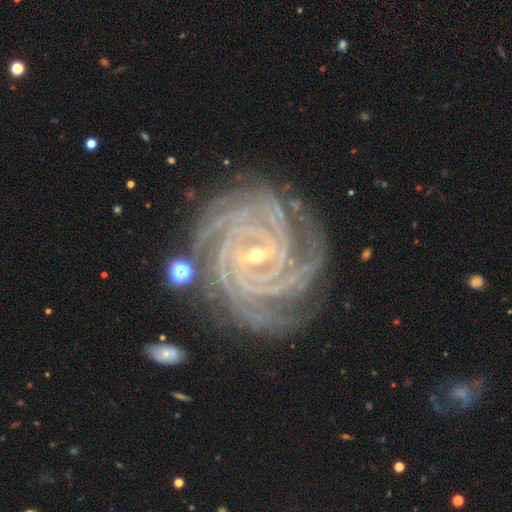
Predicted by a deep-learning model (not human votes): Smooth or featured: featured or disk — 94% (star or artifact — 4%)
Edge-on disk: no — 98% (yes — 2%)
Bar: weak — 42% (strong — 40%)
Spiral arms: yes — 99% (no — 1%)
Spiral winding: tight — 86% (medium — 12%)
Spiral arm count: 4 — 39% (more than 4 — 24%)
Bulge size: small — 73% (moderate — 24%)
Merging: none — 80% (minor disturbance — 14%)